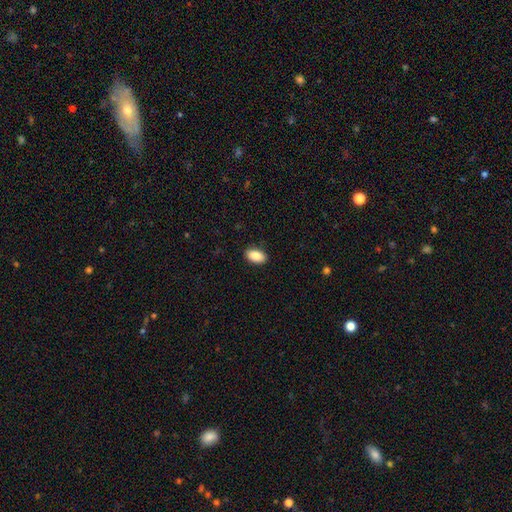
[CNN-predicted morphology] A smooth galaxy with no disk features (89%) that is in between round and cigar-shaped (93%). Merging: none (89%).